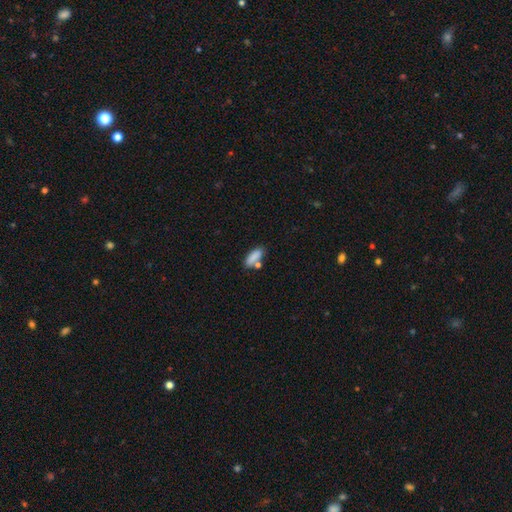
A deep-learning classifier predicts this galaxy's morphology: Smooth or featured?
  - smooth: 85% *
  - star or artifact: 8%
  - featured or disk: 7%
How rounded?
  - in between: 66% *
  - cigar-shaped: 32%
  - round: 3%
Merging?
  - none: 65% *
  - merger: 17%
  - minor disturbance: 14%
  - major disturbance: 4%